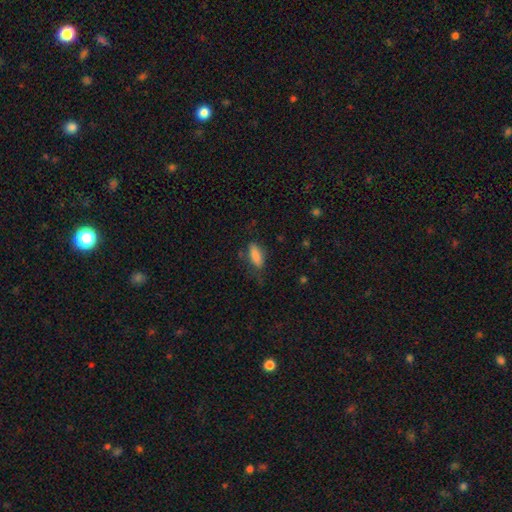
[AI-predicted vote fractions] Smooth or featured: smooth — 85% (star or artifact — 8%)
How rounded: in between — 71% (cigar-shaped — 26%)
Merging: none — 65% (minor disturbance — 25%)